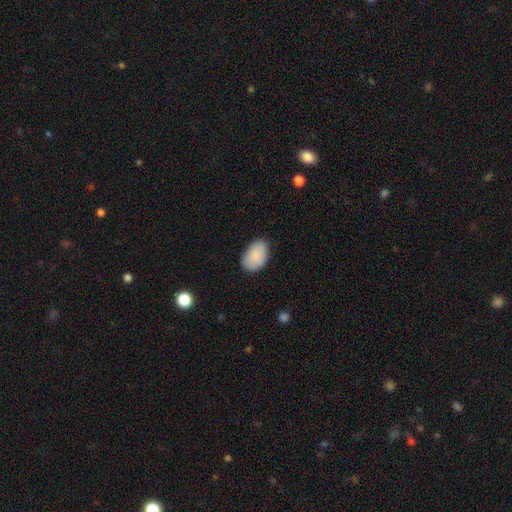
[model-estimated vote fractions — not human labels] A smooth galaxy with no disk features (89%) that is in between round and cigar-shaped (90%). Merging: none (80%).